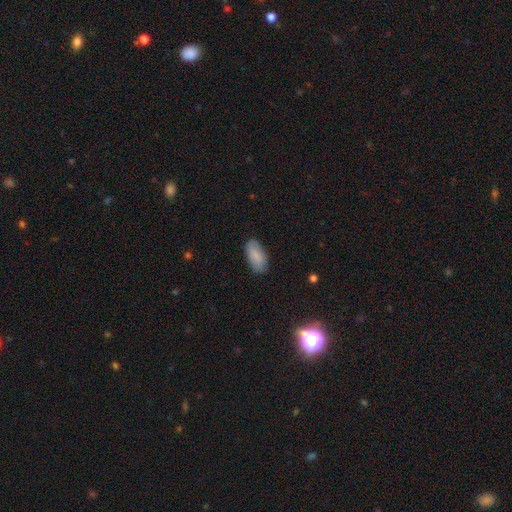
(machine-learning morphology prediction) smooth-or-featured: smooth: 87% | featured or disk: 7% | star or artifact: 6%
  how-rounded: in between: 93% | cigar-shaped: 5% | round: 2%
  merging: none: 83% | minor disturbance: 13% | major disturbance: 3% | merger: 1%